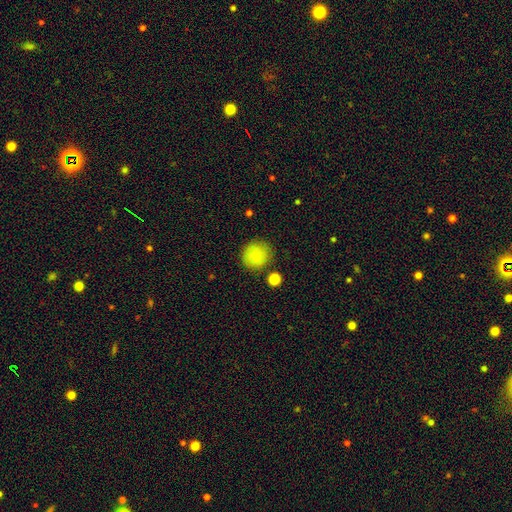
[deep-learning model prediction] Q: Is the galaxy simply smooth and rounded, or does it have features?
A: smooth — 86%.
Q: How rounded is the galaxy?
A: round — 92%.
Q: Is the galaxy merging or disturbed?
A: none — 83%.